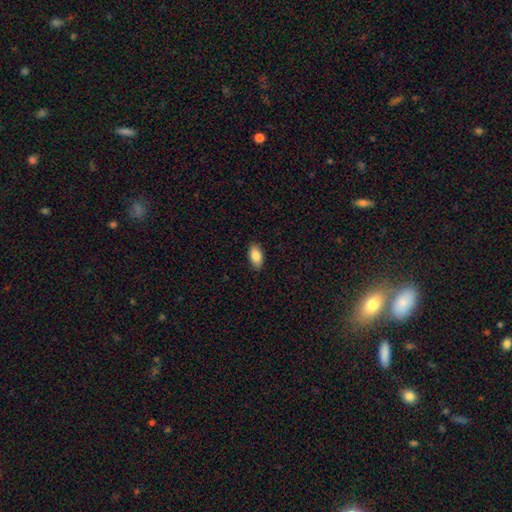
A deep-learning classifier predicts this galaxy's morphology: Smooth or featured? smooth (87%)
How rounded? in between (93%)
Merging? none (88%)